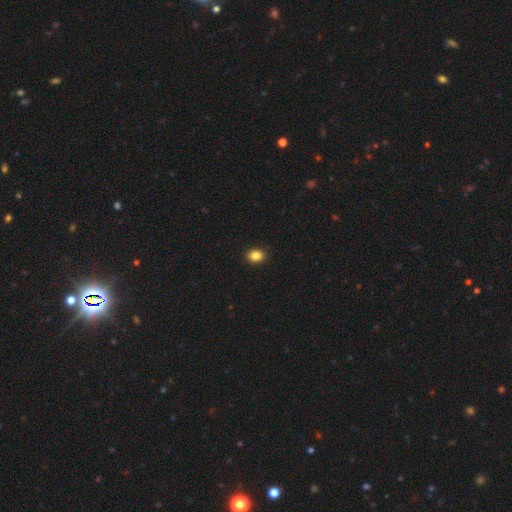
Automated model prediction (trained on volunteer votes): Q: Smooth or featured?
A: smooth (86%); runner-up: star or artifact (10%)
Q: How rounded?
A: in between (53%); runner-up: round (46%)
Q: Merging?
A: none (91%); runner-up: minor disturbance (6%)